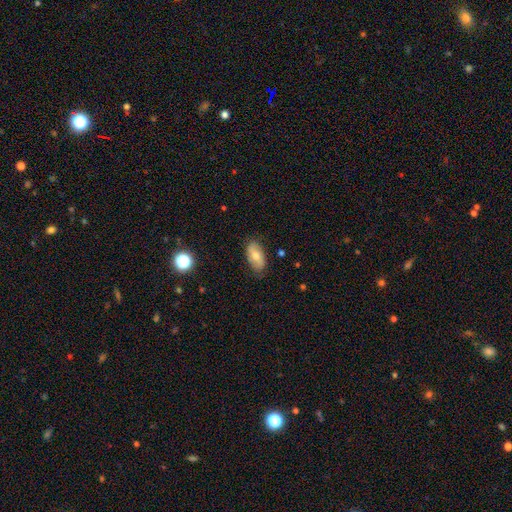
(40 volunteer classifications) Smooth or featured? smooth (65%)
How rounded? in between (100%)
Merging? none (80%)